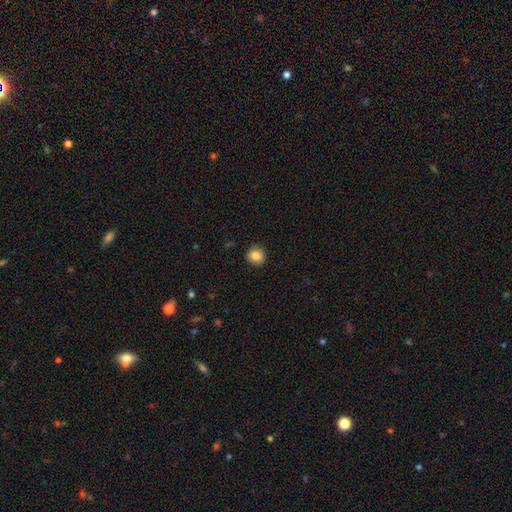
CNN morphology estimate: The model was most divided on "how rounded": round: 81%, in between: 18%, cigar-shaped: 1%. More confident: merging — none (90%); smooth or featured — smooth (85%).